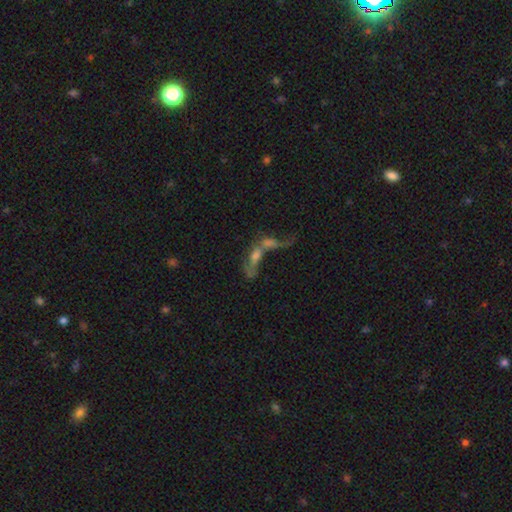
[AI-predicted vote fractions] This is marginally a featured or disk galaxy (43%). Merging: likely merger (70%).